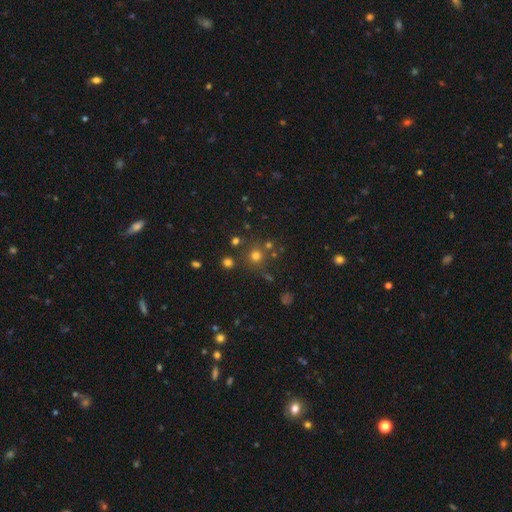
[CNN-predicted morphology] The model was most divided on "smooth or featured": smooth: 70%, star or artifact: 22%, featured or disk: 8%. More confident: how rounded — round (92%); merging — none (77%).